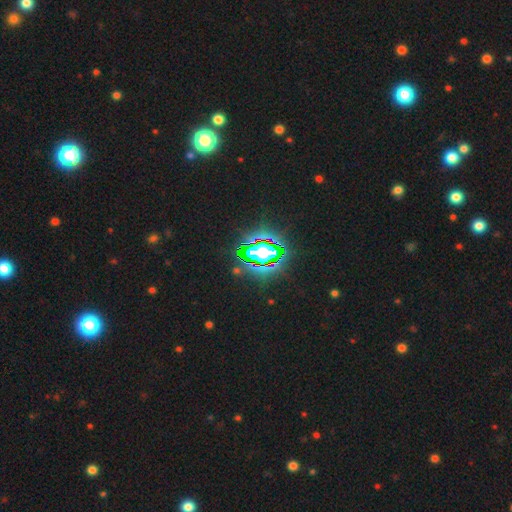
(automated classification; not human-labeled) This appears to be a star or artifact, not a galaxy (80%).